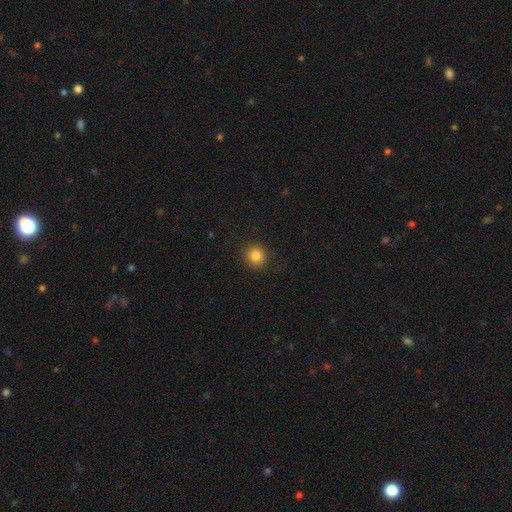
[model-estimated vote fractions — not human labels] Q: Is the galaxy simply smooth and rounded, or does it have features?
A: smooth — 84%.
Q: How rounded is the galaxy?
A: round — 89%.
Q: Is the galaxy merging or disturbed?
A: none — 91%.